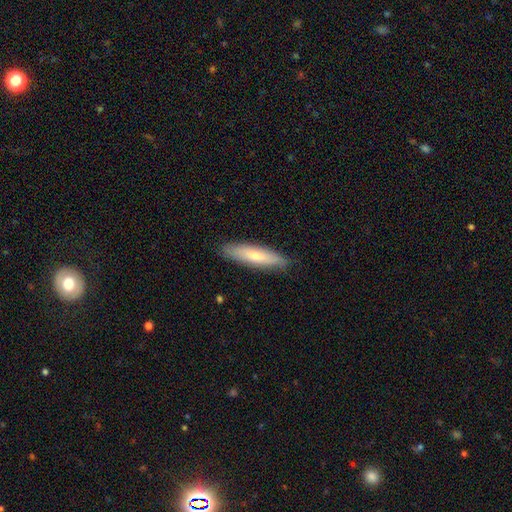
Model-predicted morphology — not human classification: type=smooth (68%); roundness=cigar-shaped (77%); merging=none (86%).